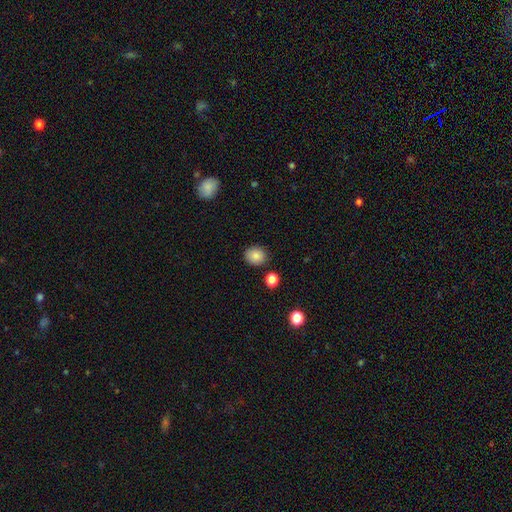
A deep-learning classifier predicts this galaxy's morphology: This appears to be a smooth galaxy with no disk features (85%) that is round (69%). Merging: none (86%).